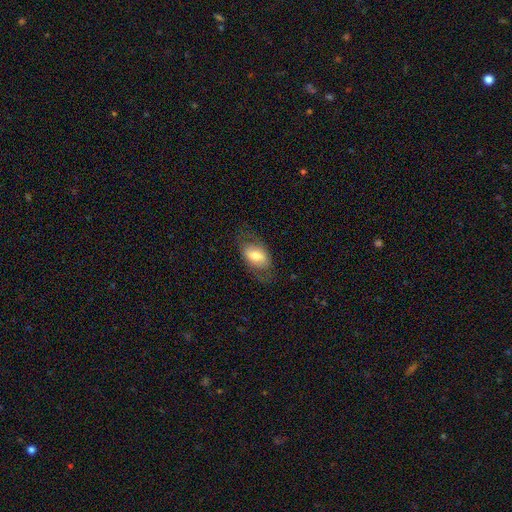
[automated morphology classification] A smooth galaxy with no disk features (61%) that is in between round and cigar-shaped (88%).

Vote fractions:
- Smooth or featured? smooth: 61% / featured or disk: 32% / star or artifact: 7%
- How rounded? in between: 88% / round: 10% / cigar-shaped: 2%
- Merging? none: 67% / minor disturbance: 20% / major disturbance: 12% / merger: 1%